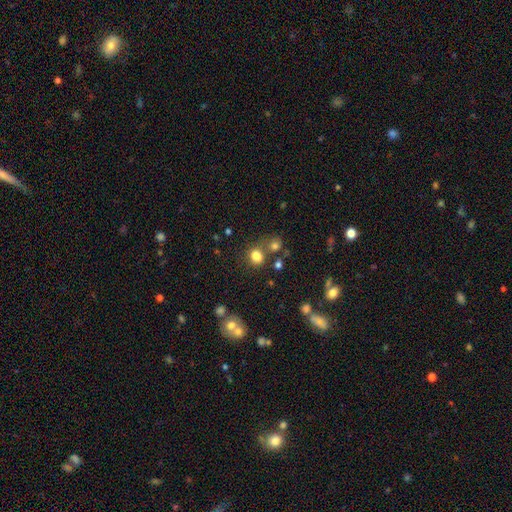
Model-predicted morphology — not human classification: Smooth or featured?
  - smooth: 78% *
  - star or artifact: 15%
  - featured or disk: 7%
How rounded?
  - round: 62% *
  - in between: 37%
  - cigar-shaped: 1%
Merging?
  - none: 61% *
  - merger: 20%
  - minor disturbance: 13%
  - major disturbance: 6%